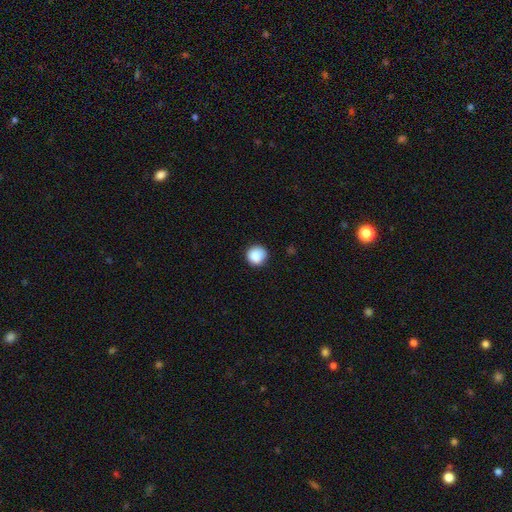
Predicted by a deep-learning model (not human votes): This is clearly a smooth galaxy (88%). How rounded: clearly round (94%). Merging: clearly none (89%).